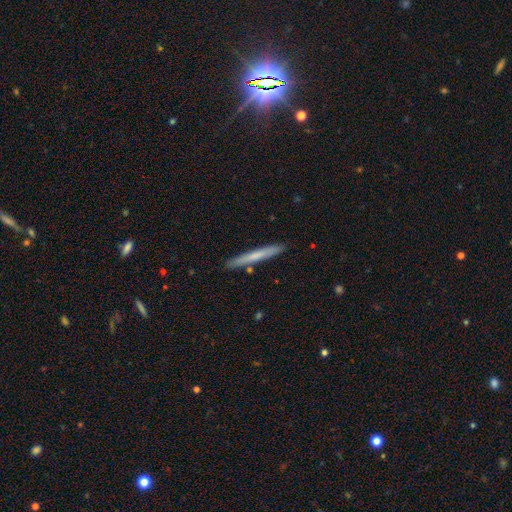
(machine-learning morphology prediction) This is likely a smooth galaxy (64%). How rounded: clearly cigar-shaped (97%). Merging: clearly none (89%).